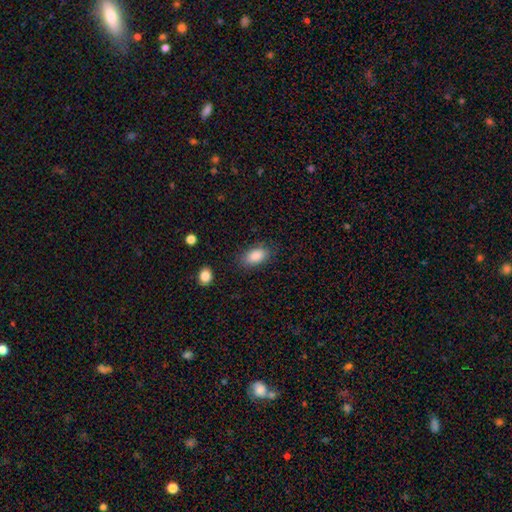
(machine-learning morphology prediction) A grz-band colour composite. It shows a smooth galaxy with no disk features (88%) that is in between round and cigar-shaped (92%). Merging: none (81%).